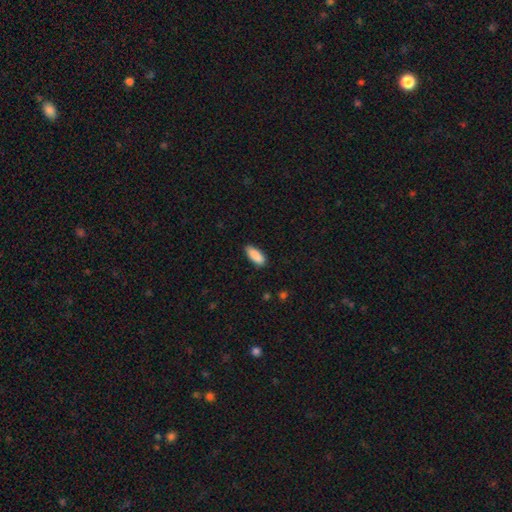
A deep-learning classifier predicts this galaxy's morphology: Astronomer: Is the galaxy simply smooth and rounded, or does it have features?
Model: smooth — 89%.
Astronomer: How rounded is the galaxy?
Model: in between — 76%.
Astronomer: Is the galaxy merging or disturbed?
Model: none — 82%.